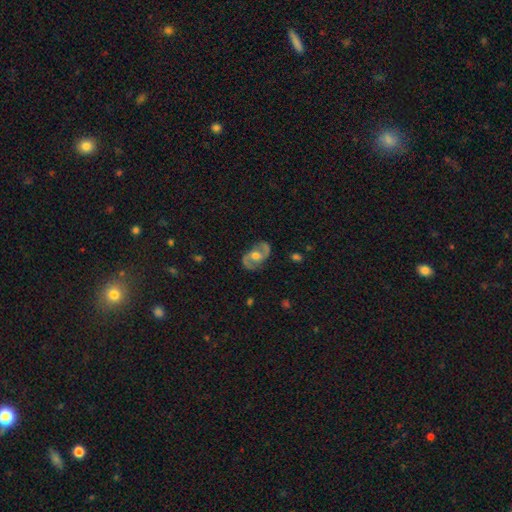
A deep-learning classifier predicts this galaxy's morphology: A featured or disk galaxy (81%) with no bar (48%), 2 (91%) medium (48%) spiral arms (90%) and a moderate central bulge (71%).

Vote fractions:
- Smooth or featured? featured or disk: 81% / smooth: 13% / star or artifact: 6%
- Edge-on disk? no: 96% / yes: 4%
- Bar? no: 48% / weak: 39% / strong: 12%
- Spiral arms? yes: 90% / no: 10%
- Spiral winding? medium: 48% / loose: 38% / tight: 14%
- Spiral arm count? 2: 91% / can't tell: 4% / 1: 2% / 3: 1% / 4: 1% / more than 4: 1%
- Bulge size? moderate: 71% / small: 15% / large: 10% / none: 2% / dominant: 1%
- Merging? none: 78% / minor disturbance: 15% / major disturbance: 5% / merger: 2%